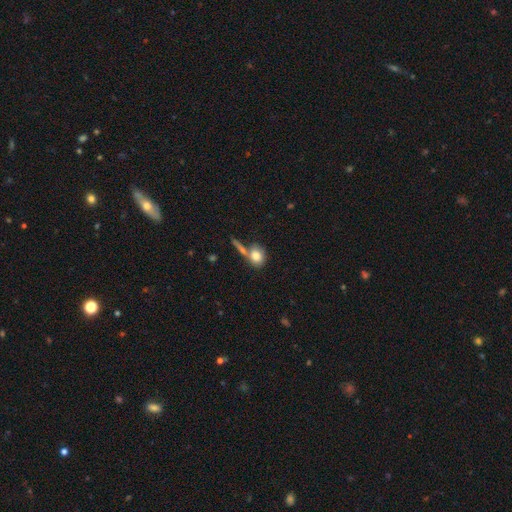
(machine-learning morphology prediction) smooth-or-featured: smooth: 79% | featured or disk: 13% | star or artifact: 8%
  how-rounded: round: 58% | in between: 39% | cigar-shaped: 3%
  merging: none: 52% | merger: 29% | minor disturbance: 13% | major disturbance: 7%